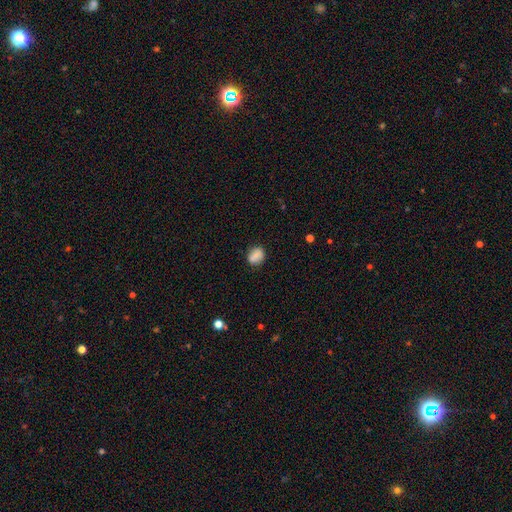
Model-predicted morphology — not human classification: Q: Smooth or featured?
A: smooth (80%); runner-up: featured or disk (11%)
Q: How rounded?
A: round (55%); runner-up: in between (44%)
Q: Merging?
A: none (73%); runner-up: minor disturbance (16%)